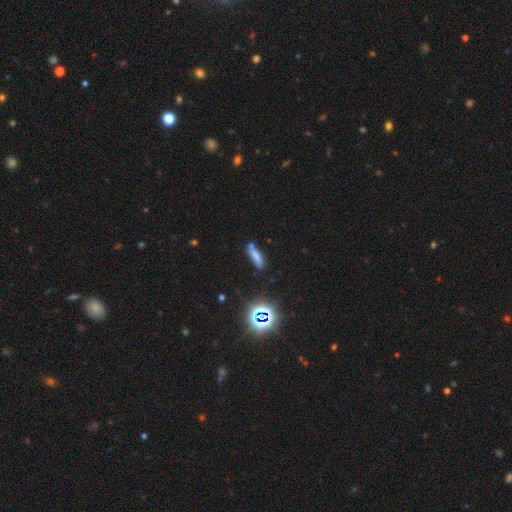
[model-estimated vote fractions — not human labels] Q: Smooth or featured?
A: smooth (65%); runner-up: star or artifact (20%)
Q: How rounded?
A: cigar-shaped (64%); runner-up: in between (32%)
Q: Merging?
A: none (58%); runner-up: minor disturbance (20%)